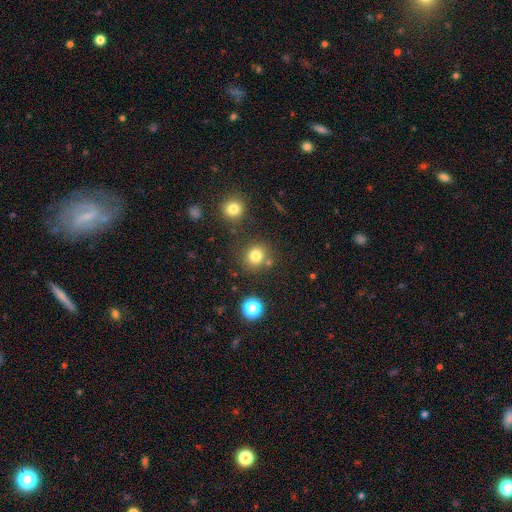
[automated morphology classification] Smooth or featured? Predicted: smooth (p=0.79). How rounded? Predicted: round (p=0.89). Merging? Predicted: none (p=0.80).